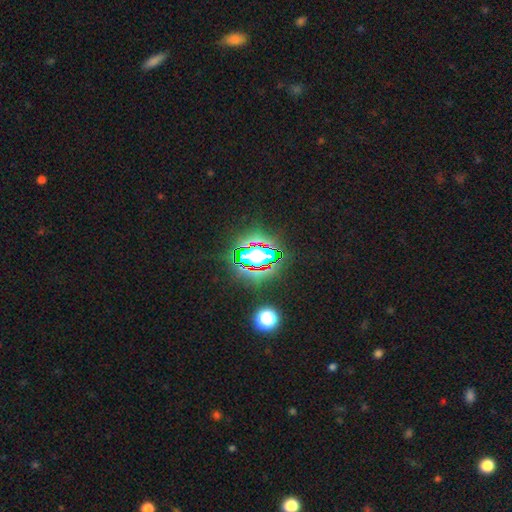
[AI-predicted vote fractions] A star or artifact, not a galaxy (70%).

Vote fractions:
- Smooth or featured? star or artifact: 70% / smooth: 19% / featured or disk: 12%